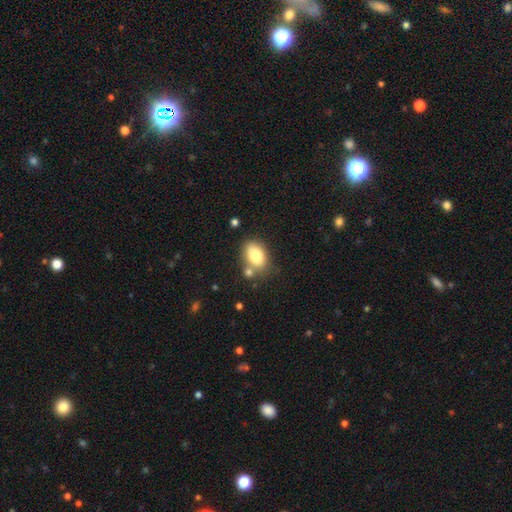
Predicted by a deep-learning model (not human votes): smooth 80%, featured or disk 12%, star or artifact 8%. Down the decision tree: how rounded — in between (85%); merging — none (63%).